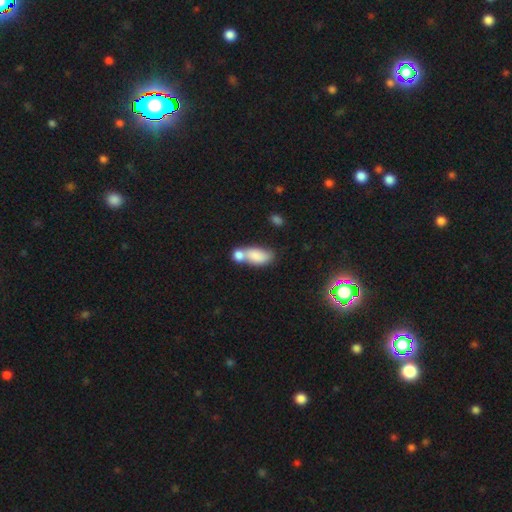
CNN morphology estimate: Overall: smooth (80%). How rounded: in between (86%). Merging: merger (61%; none 24%).